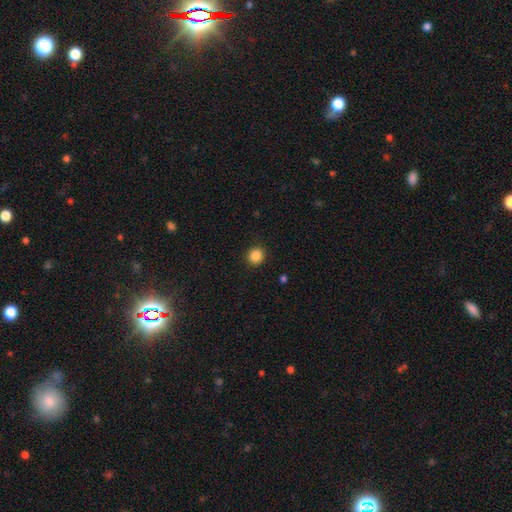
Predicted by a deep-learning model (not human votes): This appears to be a smooth galaxy with no disk features (86%) that is round (84%). Merging: none (91%).